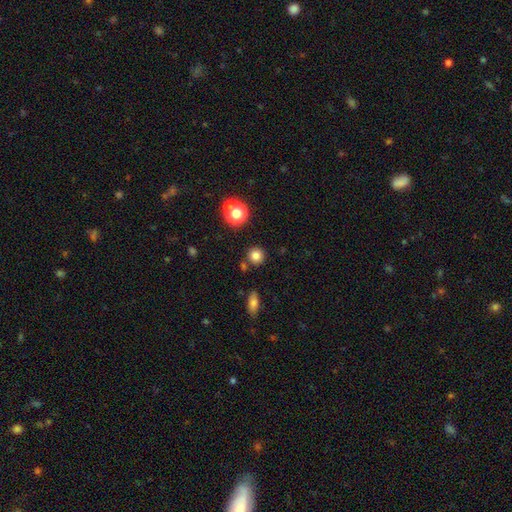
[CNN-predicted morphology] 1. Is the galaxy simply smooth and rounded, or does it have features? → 80% smooth, 14% star or artifact, 6% featured or disk.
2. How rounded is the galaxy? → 92% round, 7% in between, 1% cigar-shaped.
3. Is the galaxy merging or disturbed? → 83% none, 8% minor disturbance, 6% merger, 3% major disturbance.